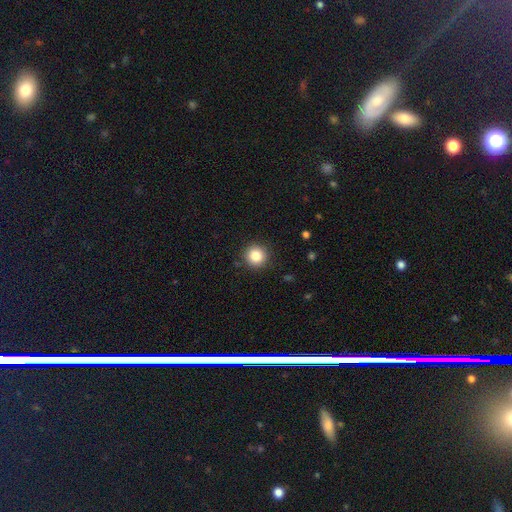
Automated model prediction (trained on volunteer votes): Smooth or featured? smooth (84%)
How rounded? round (95%)
Merging? none (90%)